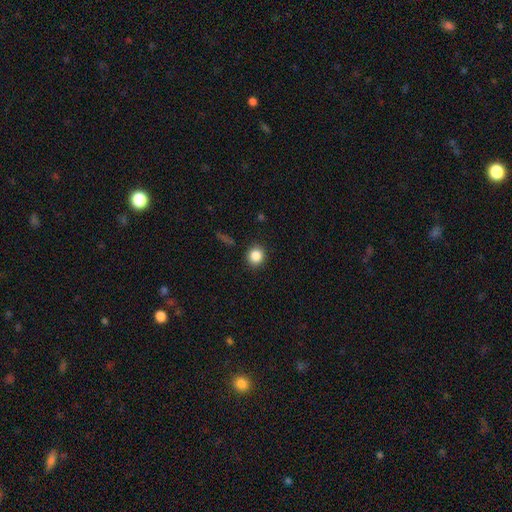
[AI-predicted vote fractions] A smooth galaxy with no disk features (85%) that is round (88%).

Vote fractions:
- Smooth or featured? smooth: 85% / star or artifact: 10% / featured or disk: 5%
- How rounded? round: 88% / in between: 11% / cigar-shaped: 1%
- Merging? none: 90% / minor disturbance: 6% / major disturbance: 2% / merger: 2%